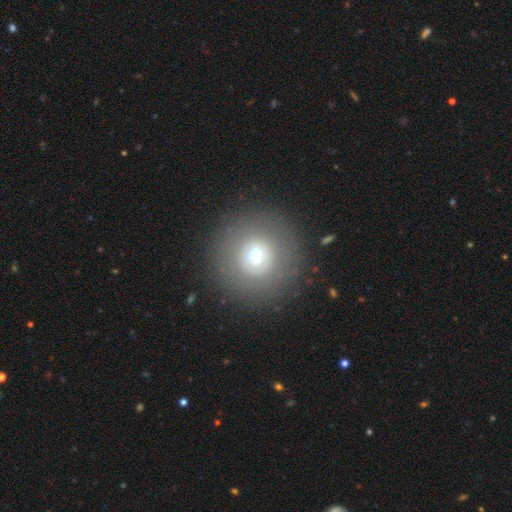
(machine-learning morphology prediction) Smooth or featured: smooth — 59% (featured or disk — 30%)
How rounded: round — 94% (in between — 5%)
Merging: none — 84% (minor disturbance — 9%)